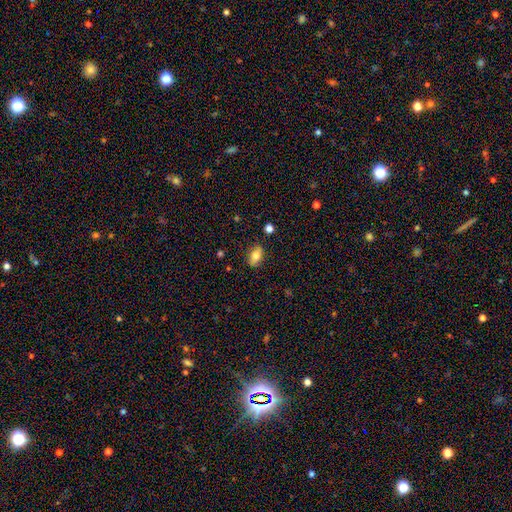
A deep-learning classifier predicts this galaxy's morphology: Smooth or featured? smooth (75%)
How rounded? in between (84%)
Merging? none (82%)